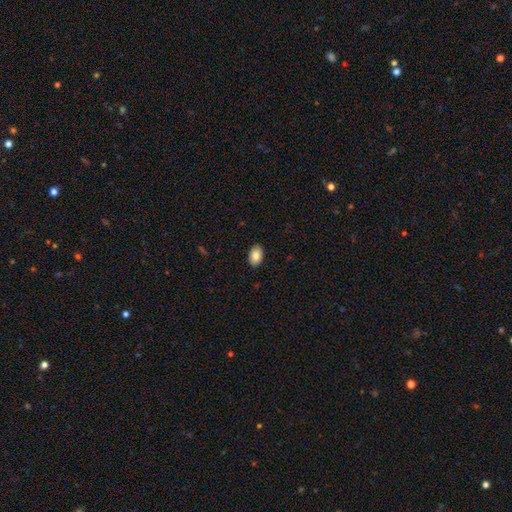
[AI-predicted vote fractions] Smooth or featured? smooth (84%)
How rounded? in between (89%)
Merging? none (90%)